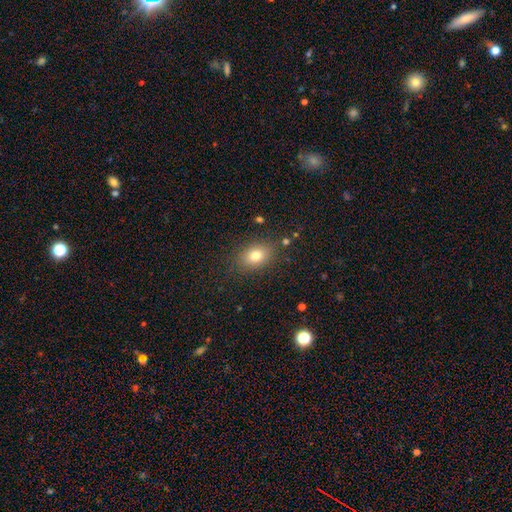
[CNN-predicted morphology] Smooth or featured?
  - smooth: 78% *
  - star or artifact: 11%
  - featured or disk: 11%
How rounded?
  - in between: 72% *
  - round: 27%
  - cigar-shaped: 1%
Merging?
  - none: 83% *
  - minor disturbance: 11%
  - major disturbance: 4%
  - merger: 2%